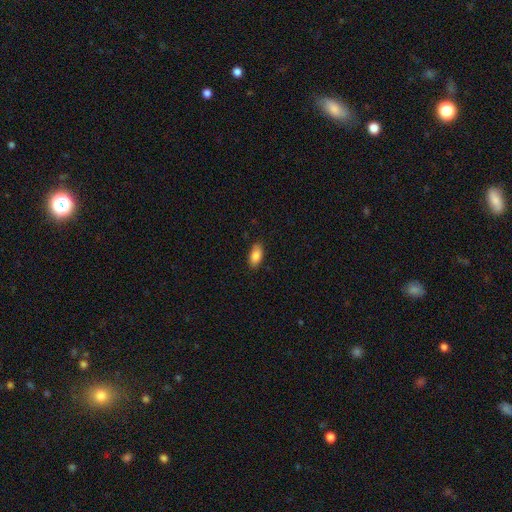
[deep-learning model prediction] smooth_or_featured: smooth (p=0.87) [alt: star or artifact p=0.07]
how_rounded: in between (p=0.91) [alt: cigar-shaped p=0.06]
merging: none (p=0.85) [alt: minor disturbance p=0.12]